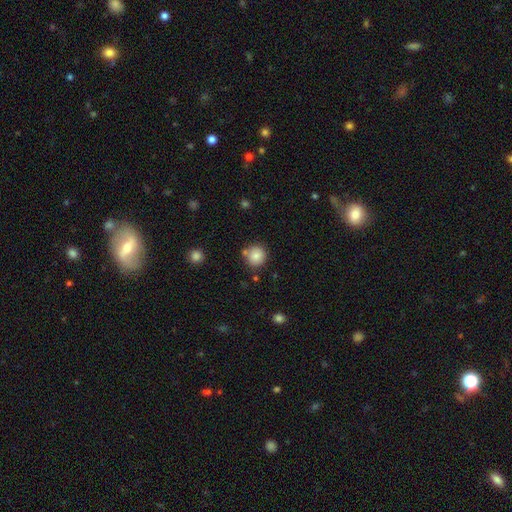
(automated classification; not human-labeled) The model was most divided on "merging": none: 79%, minor disturbance: 10%, merger: 9%, major disturbance: 3%. More confident: how rounded — round (93%); smooth or featured — smooth (84%).